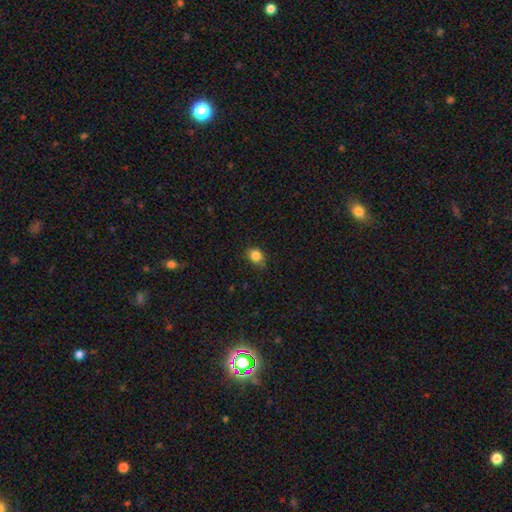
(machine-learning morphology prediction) A smooth galaxy with no disk features (85%) that is round (51%).

Vote fractions:
- Smooth or featured? smooth: 85% / star or artifact: 10% / featured or disk: 5%
- How rounded? round: 51% / in between: 48% / cigar-shaped: 1%
- Merging? none: 72% / minor disturbance: 23% / major disturbance: 4% / merger: 1%